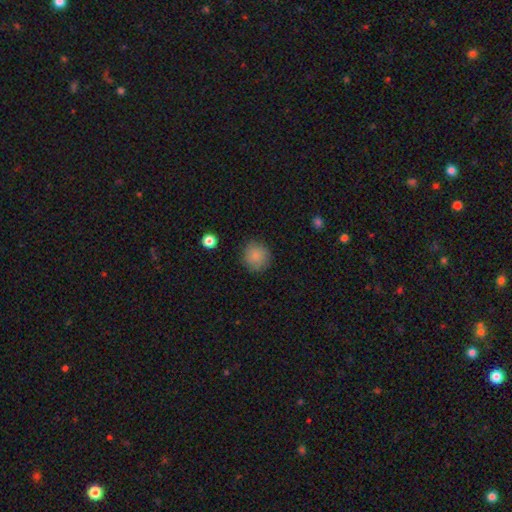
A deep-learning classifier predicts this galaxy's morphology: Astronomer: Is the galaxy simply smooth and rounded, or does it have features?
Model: smooth — 86%.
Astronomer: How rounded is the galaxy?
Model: round — 91%.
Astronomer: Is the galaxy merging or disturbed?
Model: none — 85%.